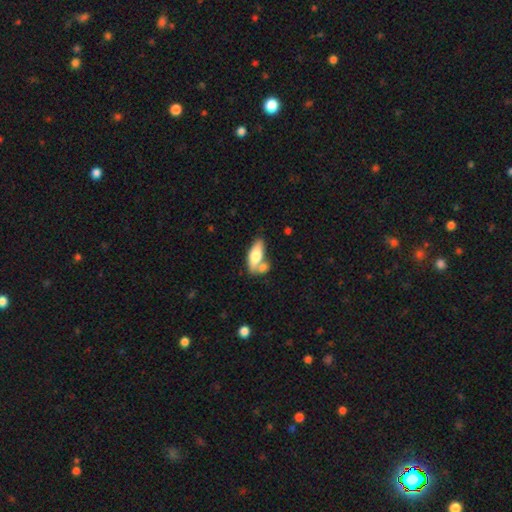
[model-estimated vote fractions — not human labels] The model was most divided on "merging": none: 48%, merger: 33%, minor disturbance: 14%, major disturbance: 5%. More confident: how rounded — in between (74%); smooth or featured — smooth (66%).